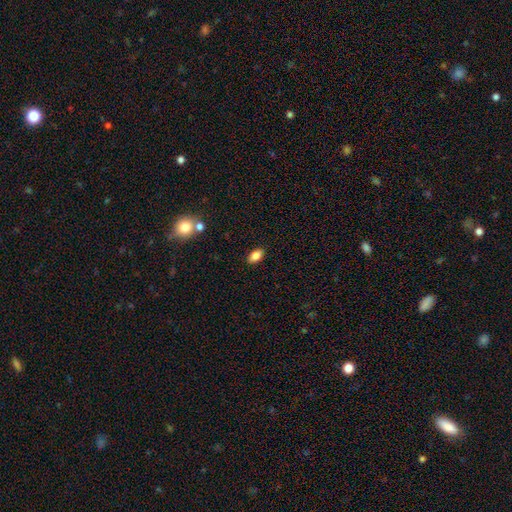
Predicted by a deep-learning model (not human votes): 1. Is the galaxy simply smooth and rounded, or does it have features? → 84% smooth, 9% star or artifact, 8% featured or disk.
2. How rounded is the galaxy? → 90% in between, 6% round, 4% cigar-shaped.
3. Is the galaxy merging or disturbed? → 87% none, 8% minor disturbance, 2% major disturbance, 2% merger.